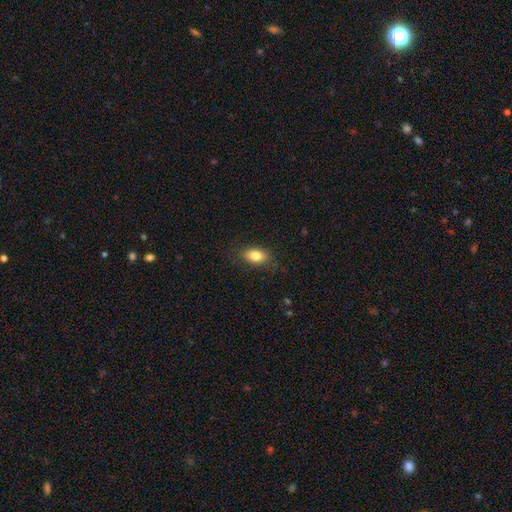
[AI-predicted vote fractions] smooth_or_featured: smooth (p=0.83) [alt: featured or disk p=0.09]
how_rounded: in between (p=0.86) [alt: round p=0.10]
merging: none (p=0.83) [alt: minor disturbance p=0.13]